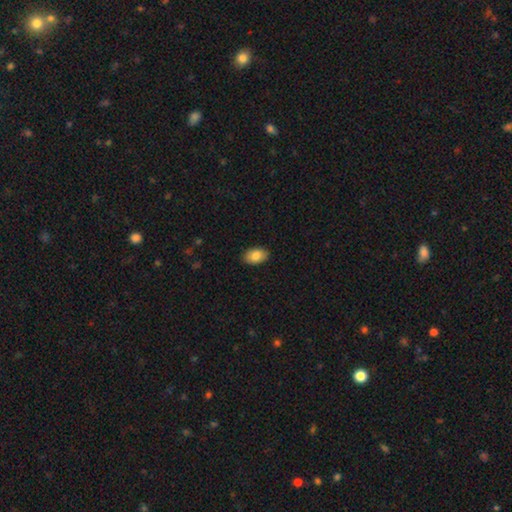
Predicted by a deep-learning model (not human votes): A smooth galaxy with no disk features (84%) that is in between round and cigar-shaped (91%).

Vote fractions:
- Smooth or featured? smooth: 84% / featured or disk: 9% / star or artifact: 7%
- How rounded? in between: 91% / round: 8% / cigar-shaped: 1%
- Merging? none: 89% / minor disturbance: 8% / major disturbance: 2% / merger: 1%